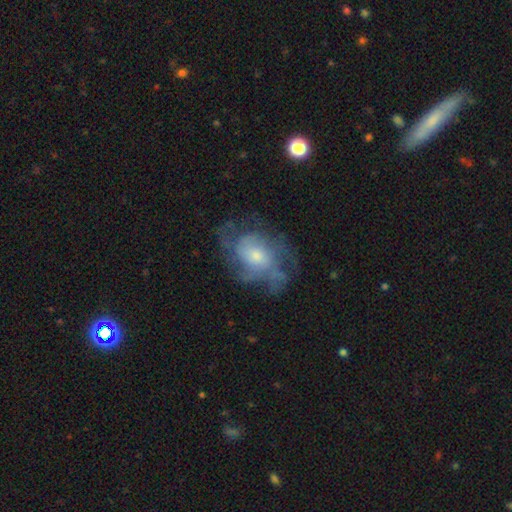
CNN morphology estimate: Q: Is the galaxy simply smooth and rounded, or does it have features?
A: featured or disk — 66%.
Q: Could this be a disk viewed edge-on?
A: no — 97%.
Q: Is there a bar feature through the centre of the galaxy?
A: no — 78%.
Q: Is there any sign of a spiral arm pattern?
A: yes — 71%.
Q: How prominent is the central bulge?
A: small — 44%.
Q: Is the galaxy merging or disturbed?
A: none — 50%.